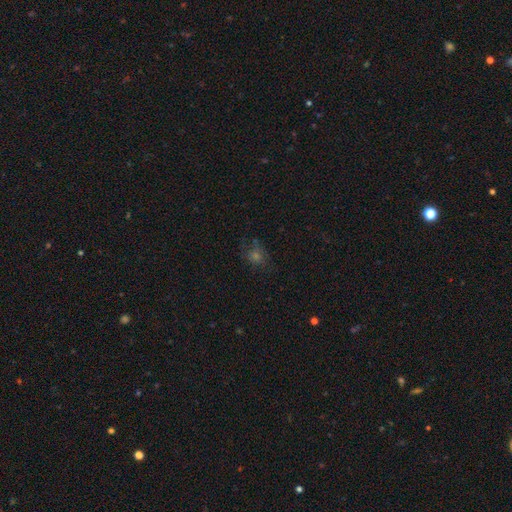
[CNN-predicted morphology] smooth-or-featured: smooth: 45% | star or artifact: 35% | featured or disk: 20%
  merging: none: 69% | minor disturbance: 18% | major disturbance: 11% | merger: 2%